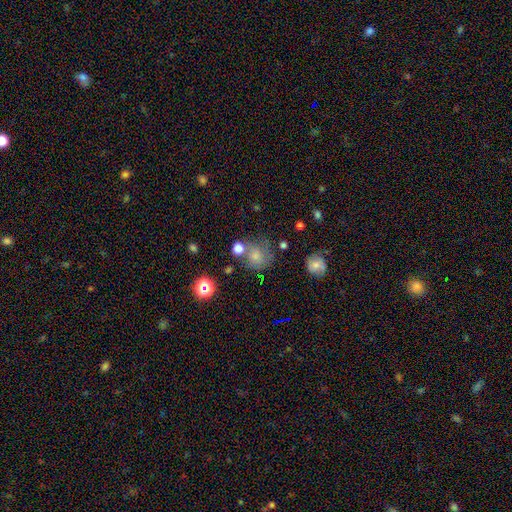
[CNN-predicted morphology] Overall: smooth (67%). How rounded: round (81%). Merging: none (54%; minor disturbance 20%).